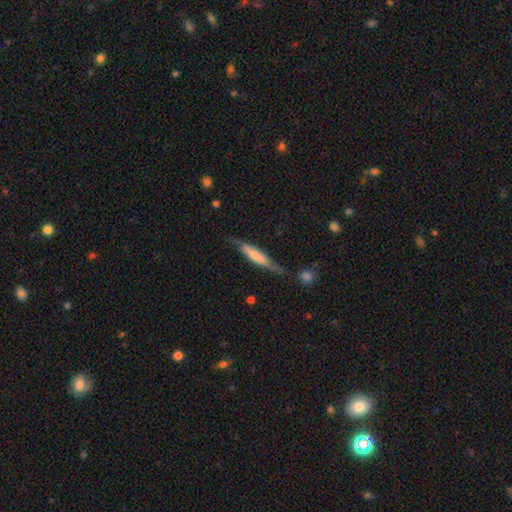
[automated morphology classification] type=smooth (57%); roundness=cigar-shaped (87%); merging=none (60%).